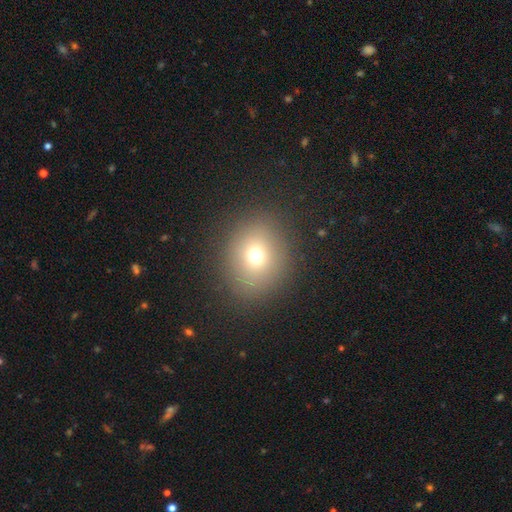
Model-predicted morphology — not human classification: Smooth or featured? Predicted: smooth (p=0.70). How rounded? Predicted: round (p=0.75). Merging? Predicted: none (p=0.87).